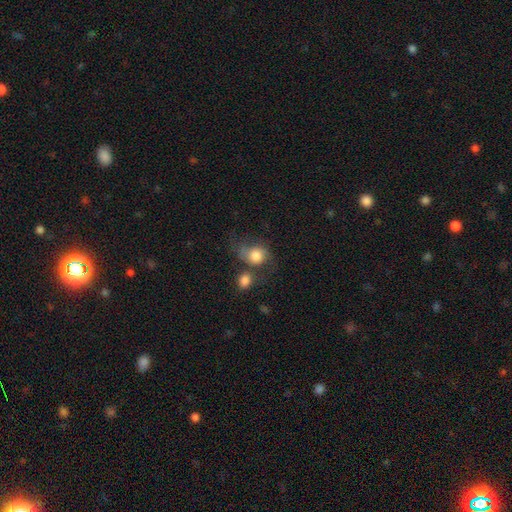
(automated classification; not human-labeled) This is likely a smooth galaxy (71%). How rounded: likely round (64%). Merging: marginally none (34%).